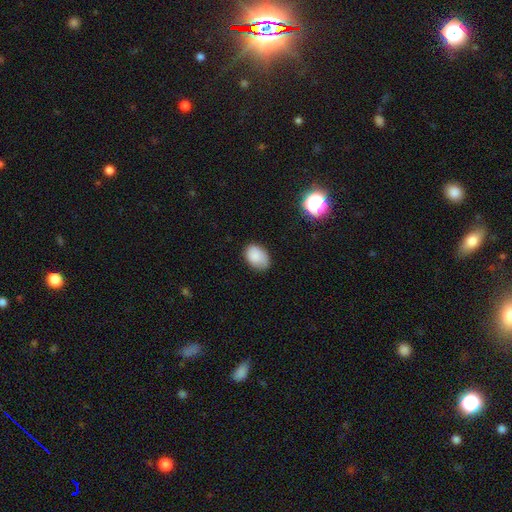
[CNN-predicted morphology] Smooth or featured? smooth (85%)
How rounded? in between (81%)
Merging? none (70%)